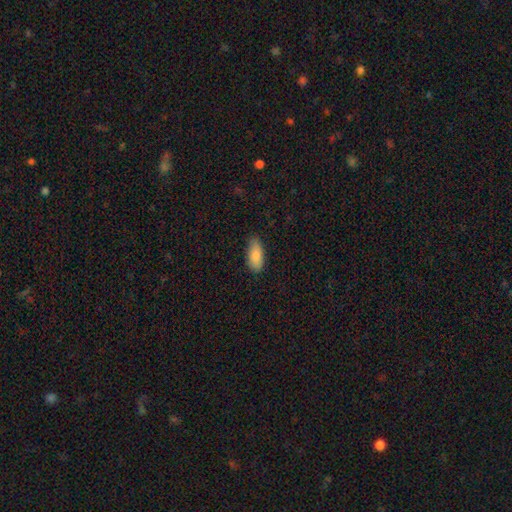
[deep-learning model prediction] A smooth galaxy with no disk features (85%) that is in between round and cigar-shaped (87%).

Vote fractions:
- Smooth or featured? smooth: 85% / featured or disk: 9% / star or artifact: 6%
- How rounded? in between: 87% / cigar-shaped: 11% / round: 2%
- Merging? none: 81% / minor disturbance: 15% / major disturbance: 2% / merger: 1%